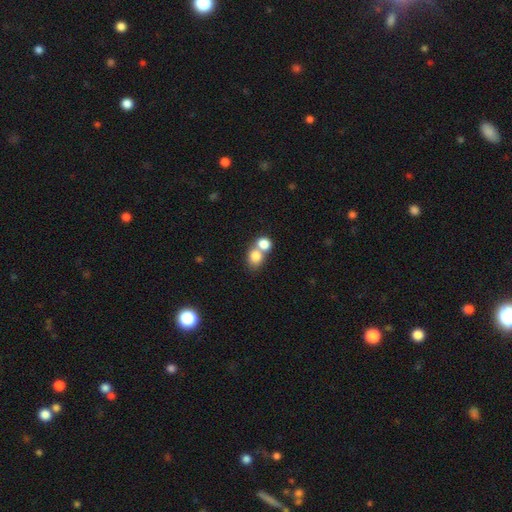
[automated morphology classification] smooth-or-featured: smooth: 81% | star or artifact: 10% | featured or disk: 10%
  how-rounded: round: 60% | in between: 39% | cigar-shaped: 1%
  merging: merger: 58% | none: 33% | minor disturbance: 6% | major disturbance: 3%